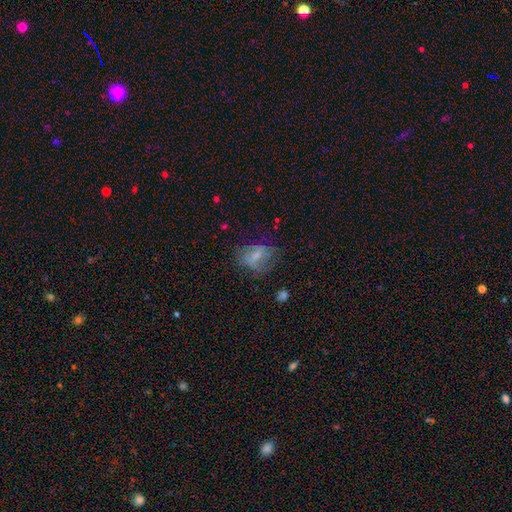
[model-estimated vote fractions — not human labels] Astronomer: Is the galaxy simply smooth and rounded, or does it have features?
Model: smooth — 53% (runner-up: featured or disk, 37%).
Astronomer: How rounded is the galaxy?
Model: in between — 68%.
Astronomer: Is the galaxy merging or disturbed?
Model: none — 52%.